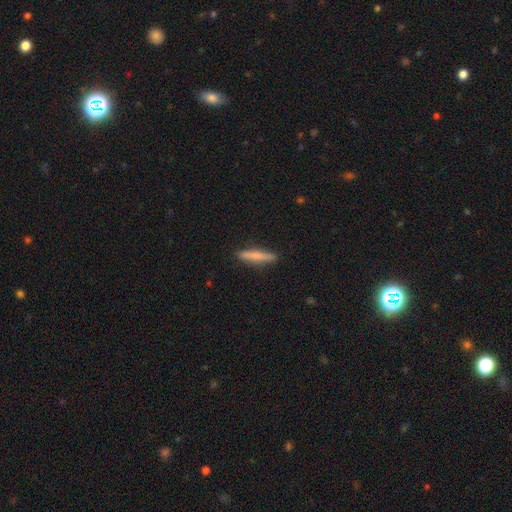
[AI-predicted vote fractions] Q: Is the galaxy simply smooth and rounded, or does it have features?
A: smooth — 75%.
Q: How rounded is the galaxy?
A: cigar-shaped — 91%.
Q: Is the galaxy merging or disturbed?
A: none — 90%.